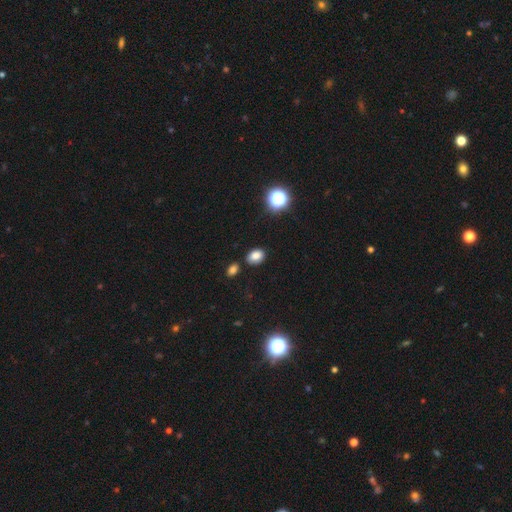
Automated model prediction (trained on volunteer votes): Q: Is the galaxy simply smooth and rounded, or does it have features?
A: smooth — 81%.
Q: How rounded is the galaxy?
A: in between — 74%.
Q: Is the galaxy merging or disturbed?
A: none — 75%.